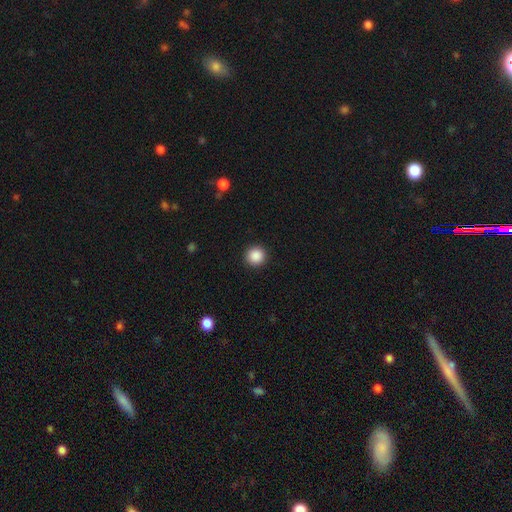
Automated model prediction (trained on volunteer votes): Overall: smooth (89%). How rounded: round (94%). Merging: none (92%).